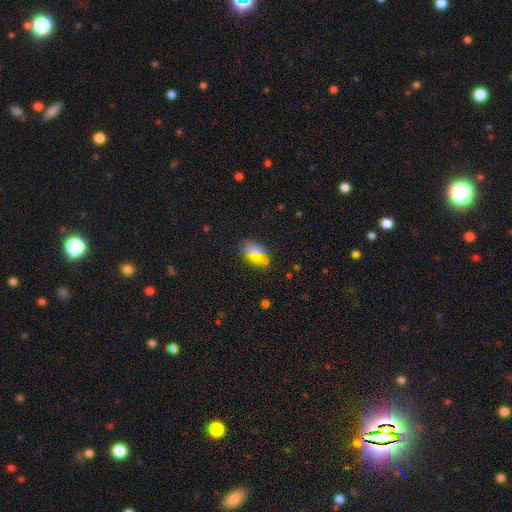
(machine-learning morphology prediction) Overall: smooth (63%). How rounded: in between (84%). Merging: none (77%).